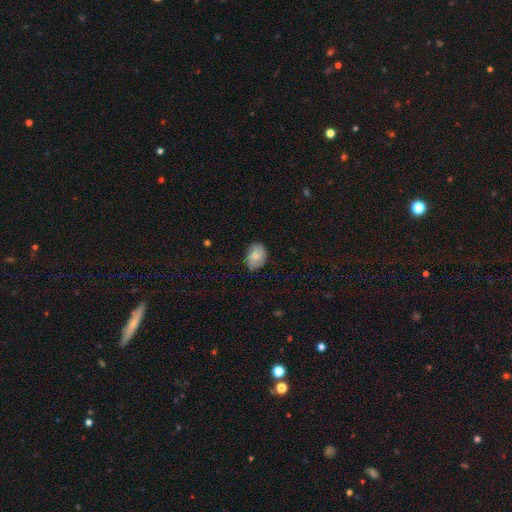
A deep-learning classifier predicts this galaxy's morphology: Smooth or featured? smooth (73%)
How rounded? in between (73%)
Merging? none (77%)